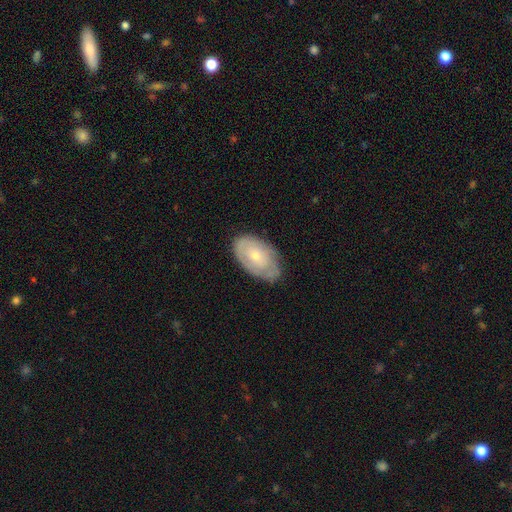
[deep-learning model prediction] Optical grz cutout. It shows a featured or disk galaxy (48%). Merging: none (69%).